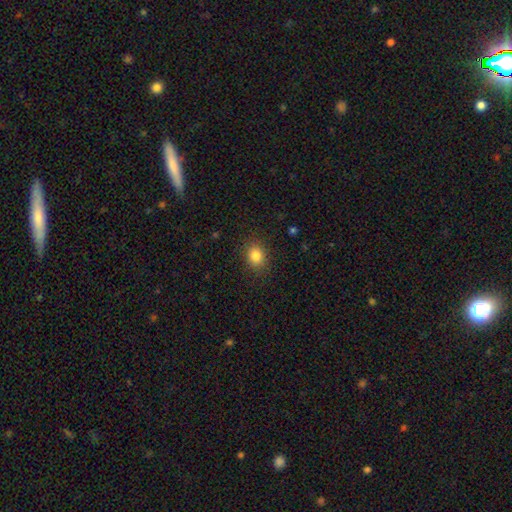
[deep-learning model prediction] Morphology: type=smooth (84%); roundness=round (58%); merging=none (87%).